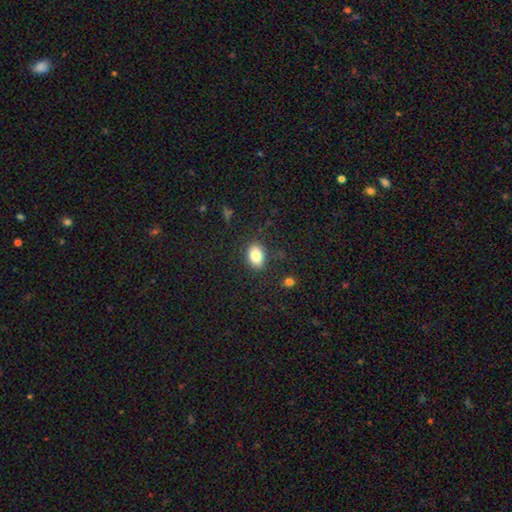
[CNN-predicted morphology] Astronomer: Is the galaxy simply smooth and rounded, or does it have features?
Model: smooth — 82%.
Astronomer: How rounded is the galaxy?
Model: in between — 80%.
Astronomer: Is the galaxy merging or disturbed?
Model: none — 85%.